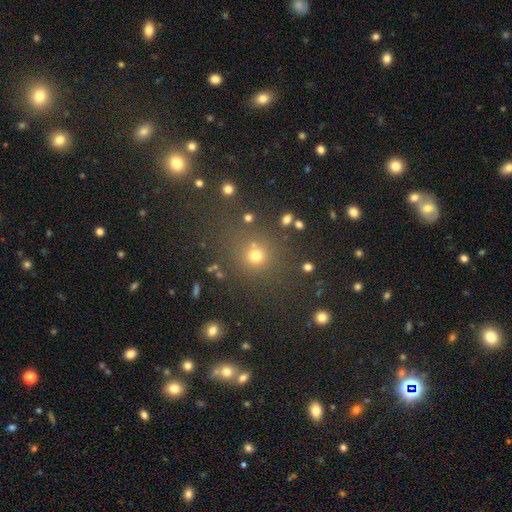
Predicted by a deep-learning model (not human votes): smooth_or_featured: smooth (p=0.68) [alt: star or artifact p=0.24]
how_rounded: round (p=0.89) [alt: in between p=0.10]
merging: none (p=0.74) [alt: minor disturbance p=0.10]